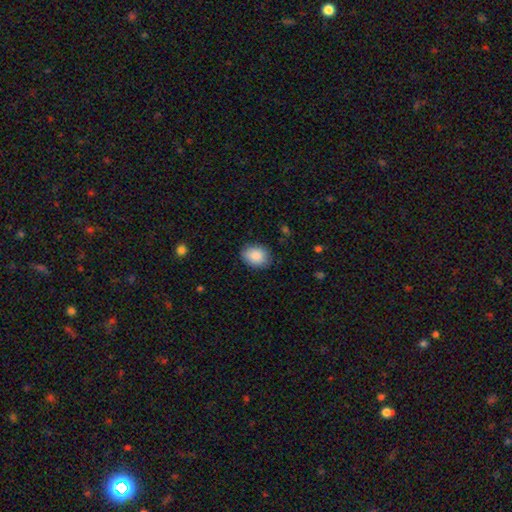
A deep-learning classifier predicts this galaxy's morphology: Q: Smooth or featured?
A: smooth (89%); runner-up: star or artifact (7%)
Q: How rounded?
A: in between (60%); runner-up: round (39%)
Q: Merging?
A: none (85%); runner-up: minor disturbance (12%)